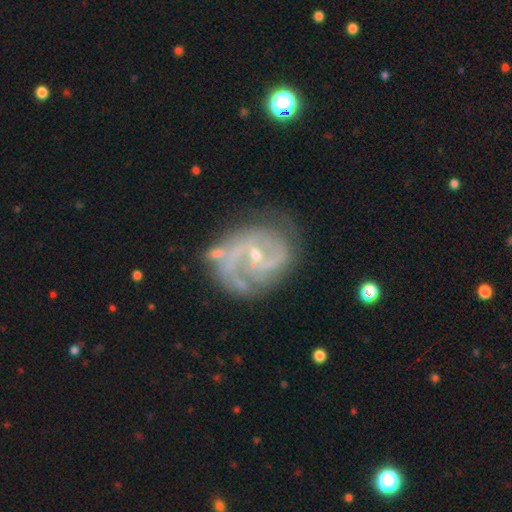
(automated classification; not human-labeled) A featured or disk galaxy (87%) with a weak bar (49%), 2 (60%) medium (48%) spiral arms (95%) and a small central bulge (69%). Merging: none (57%).